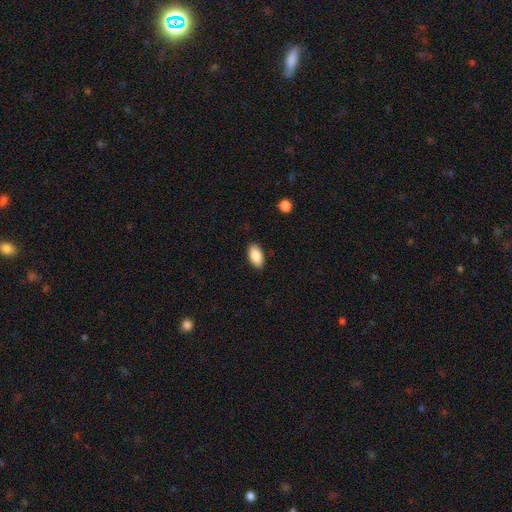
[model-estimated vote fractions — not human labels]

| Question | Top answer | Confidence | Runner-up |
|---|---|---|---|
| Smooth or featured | smooth | 87% | star or artifact (7%) |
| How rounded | in between | 93% | cigar-shaped (4%) |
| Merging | none | 88% | minor disturbance (9%) |